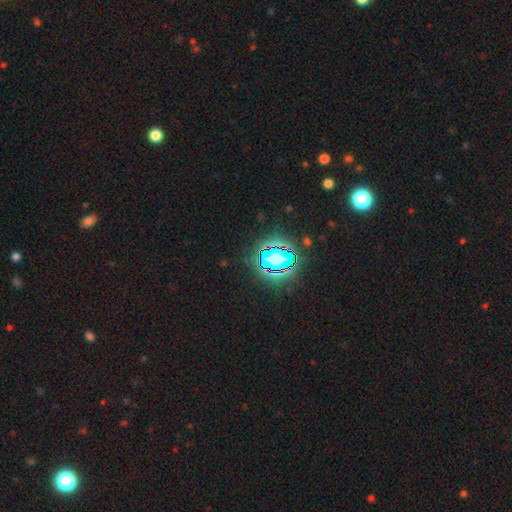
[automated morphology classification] A star or artifact, not a galaxy (83%).

Vote fractions:
- Smooth or featured? star or artifact: 83% / smooth: 11% / featured or disk: 6%